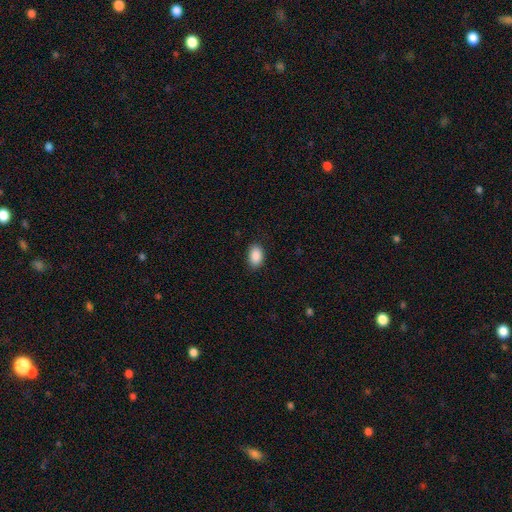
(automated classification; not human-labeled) This is clearly a smooth galaxy (90%). How rounded: clearly in between (89%). Merging: clearly none (87%).